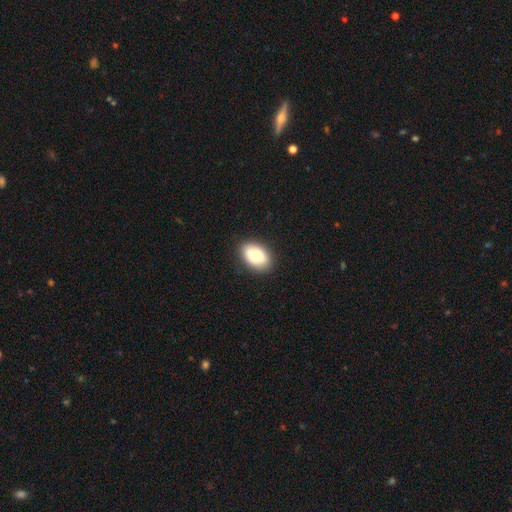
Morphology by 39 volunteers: smooth 90%, featured or disk 8%, star or artifact 3%. Down the decision tree: how rounded — in between (97%); merging — none (84%).